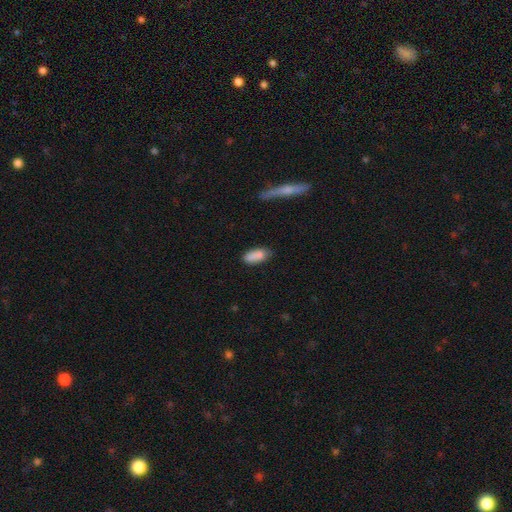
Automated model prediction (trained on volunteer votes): This is clearly a smooth galaxy (86%). How rounded: clearly in between (85%). Merging: likely none (73%).